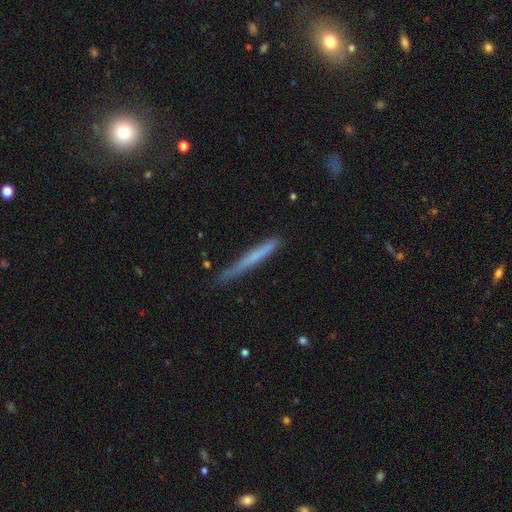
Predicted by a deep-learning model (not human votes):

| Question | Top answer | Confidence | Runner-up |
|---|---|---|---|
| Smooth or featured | smooth | 60% | featured or disk (33%) |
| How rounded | cigar-shaped | 97% | in between (2%) |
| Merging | none | 76% | minor disturbance (19%) |